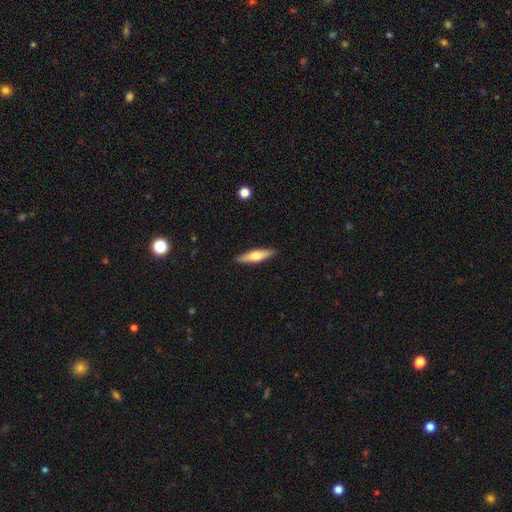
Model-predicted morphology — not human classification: Overall: smooth (57%; featured or disk 37%). How rounded: cigar-shaped (71%). Merging: none (89%).